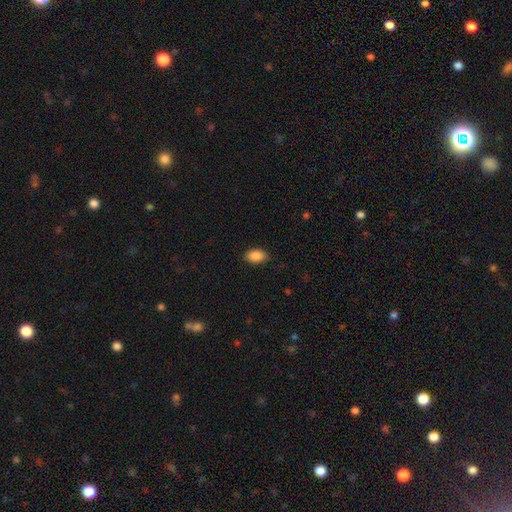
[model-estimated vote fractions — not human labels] Q: Smooth or featured?
A: smooth (88%); runner-up: star or artifact (8%)
Q: How rounded?
A: in between (89%); runner-up: round (10%)
Q: Merging?
A: none (83%); runner-up: minor disturbance (14%)